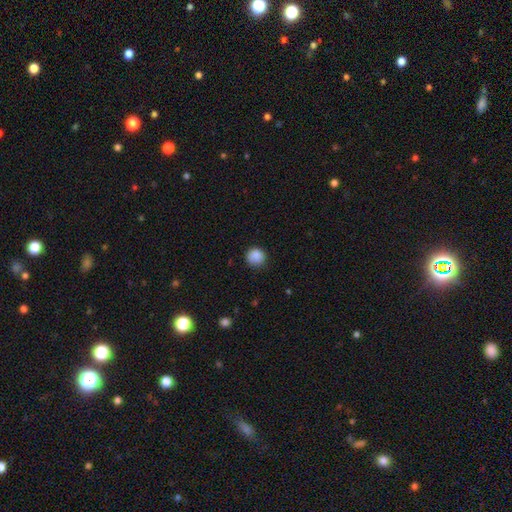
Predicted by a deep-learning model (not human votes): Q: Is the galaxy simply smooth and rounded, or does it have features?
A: smooth — 88%.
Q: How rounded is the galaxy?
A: round — 91%.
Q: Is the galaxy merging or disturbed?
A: none — 86%.